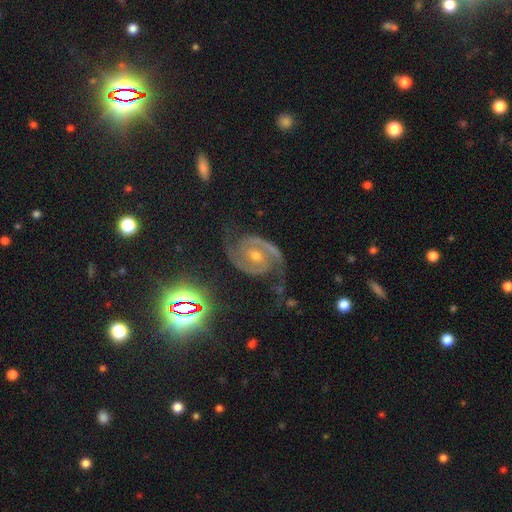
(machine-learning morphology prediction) type=featured or disk (88%); edge-on=no (98%); bar=no (49%); spiral arms=yes (98%); winding=medium (50%); arm count=2 (92%); bulge=moderate (57%); merging=none (76%).